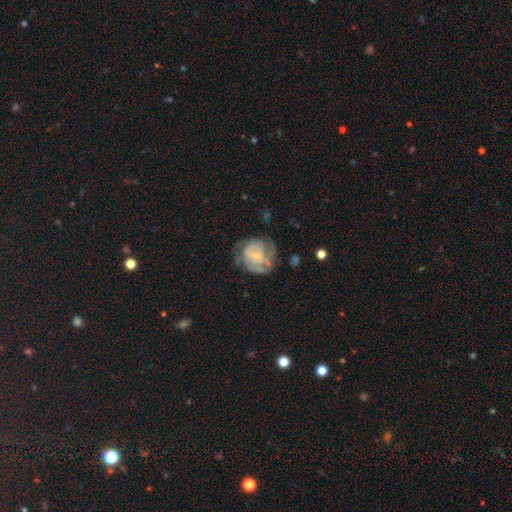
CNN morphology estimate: A featured or disk galaxy (68%) with no bar (70%), spiral arms (72%) and a small central bulge (70%). Merging: none (50%).